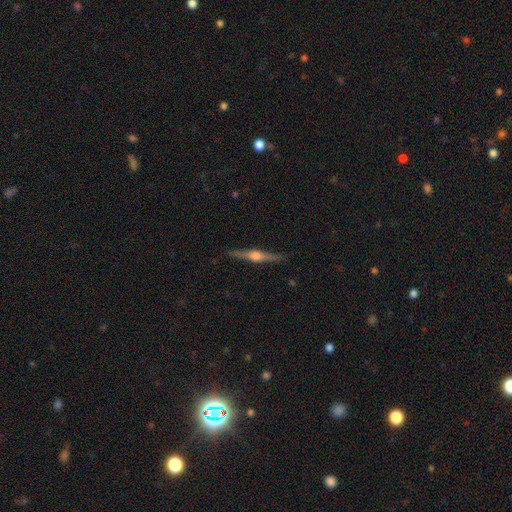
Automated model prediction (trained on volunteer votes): smooth-or-featured: featured or disk: 78% | smooth: 16% | star or artifact: 6%
  disk-edge-on: yes: 98% | no: 2%
    edge-on-bulge: rounded: 91% | boxy: 6% | none: 3%
  merging: none: 90% | minor disturbance: 8% | major disturbance: 2% | merger: 1%